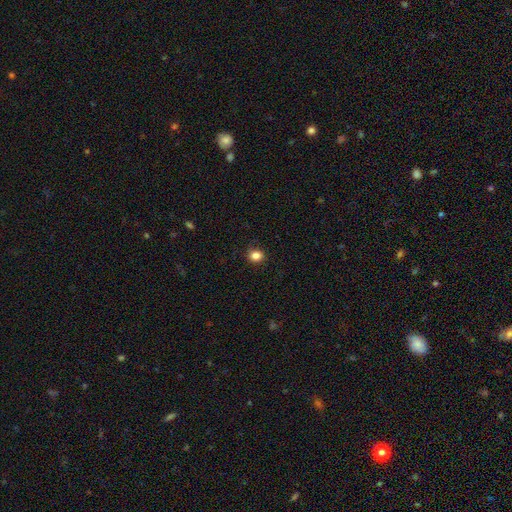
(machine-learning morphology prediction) Smooth or featured? smooth (85%)
How rounded? round (74%)
Merging? none (88%)